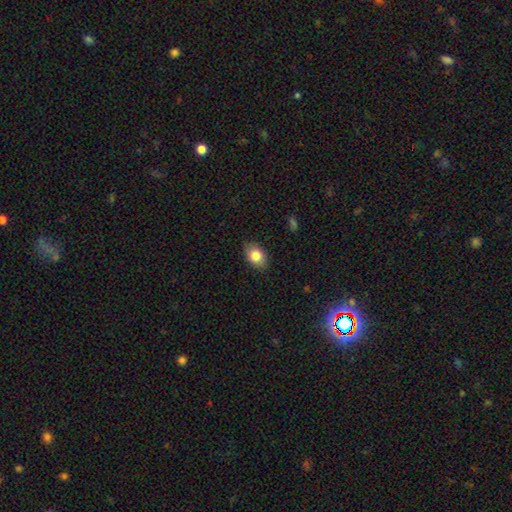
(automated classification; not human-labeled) Smooth or featured? Predicted: smooth (p=0.82). How rounded? Predicted: in between (p=0.78). Merging? Predicted: none (p=0.84).